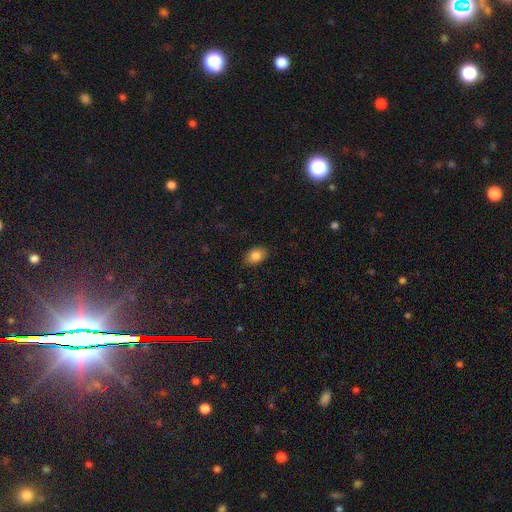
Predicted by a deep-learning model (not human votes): smooth 85%, star or artifact 8%, featured or disk 7%. Down the decision tree: how rounded — in between (86%); merging — none (85%).